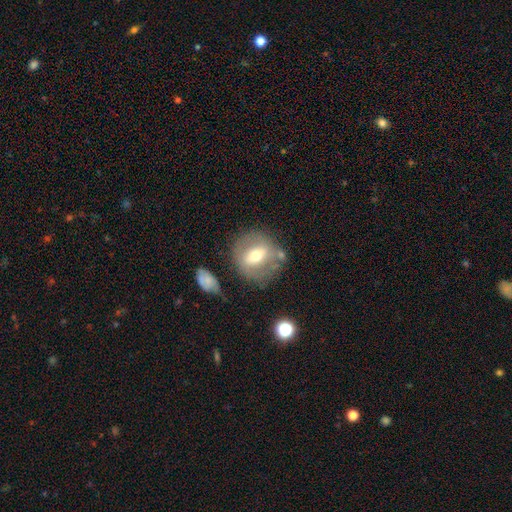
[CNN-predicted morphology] The model was most divided on "smooth or featured" (2-way tie): smooth: 46%, featured or disk: 46%, star or artifact: 8%. More confident: merging — none (66%).